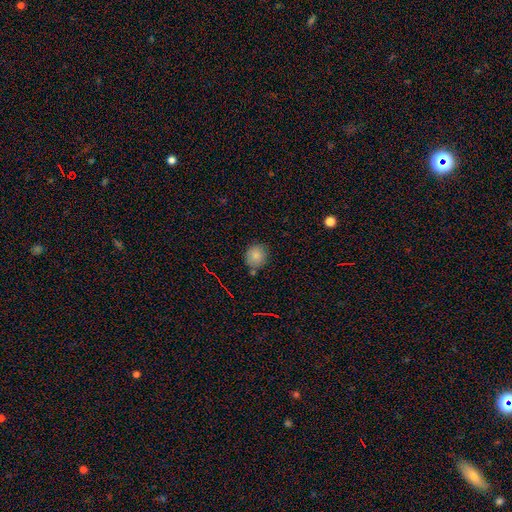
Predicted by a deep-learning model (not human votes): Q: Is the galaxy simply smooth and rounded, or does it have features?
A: smooth — 81%.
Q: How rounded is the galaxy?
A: round — 84%.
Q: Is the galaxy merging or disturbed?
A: none — 76%.